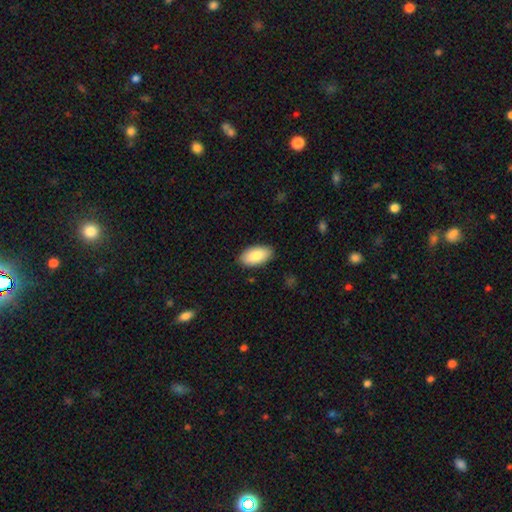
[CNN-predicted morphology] smooth-or-featured: smooth: 84% | featured or disk: 10% | star or artifact: 6%
  how-rounded: in between: 95% | cigar-shaped: 3% | round: 3%
  merging: none: 87% | minor disturbance: 10% | major disturbance: 2% | merger: 1%